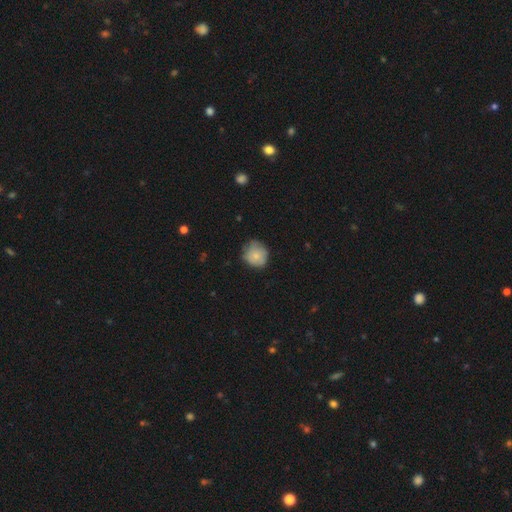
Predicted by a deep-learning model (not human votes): Q: Smooth or featured?
A: smooth (76%); runner-up: featured or disk (17%)
Q: How rounded?
A: round (85%); runner-up: in between (14%)
Q: Merging?
A: none (62%); runner-up: minor disturbance (30%)